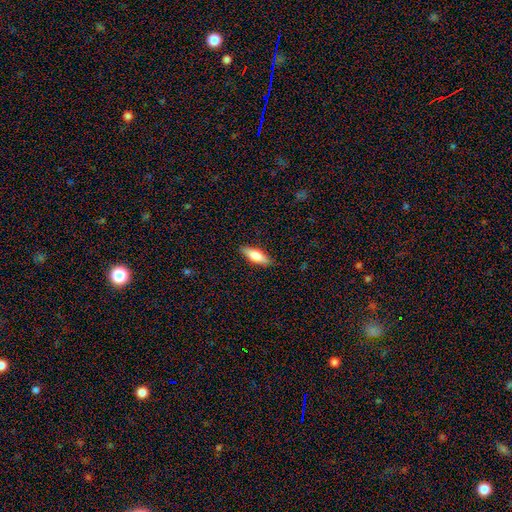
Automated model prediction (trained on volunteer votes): smooth_or_featured: smooth (p=0.62) [alt: featured or disk p=0.32]
how_rounded: in between (p=0.56) [alt: cigar-shaped p=0.42]
merging: none (p=0.88) [alt: minor disturbance p=0.09]